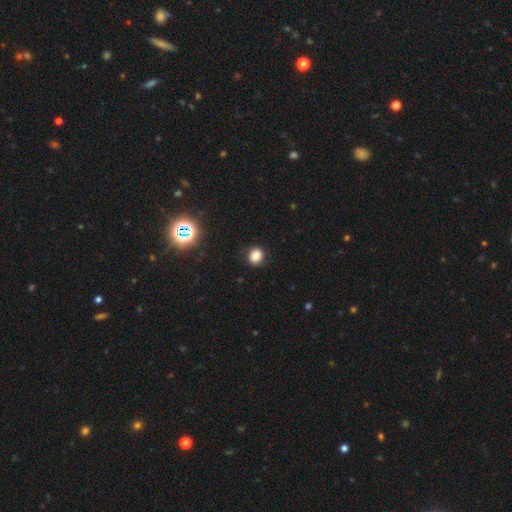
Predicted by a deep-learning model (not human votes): smooth 80%, star or artifact 13%, featured or disk 7%. Down the decision tree: how rounded — round (69%); merging — none (87%).